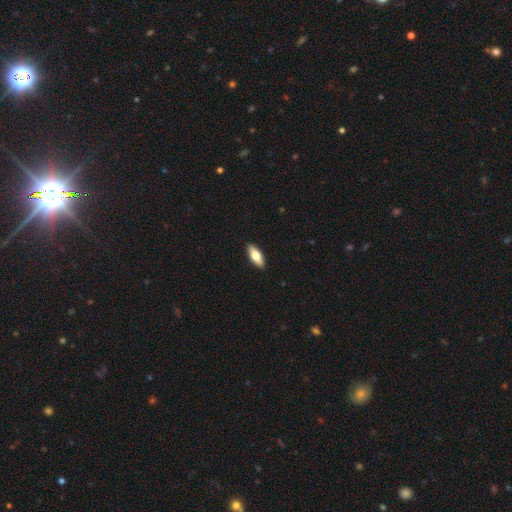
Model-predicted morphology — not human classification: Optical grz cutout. It shows a smooth galaxy with no disk features (67%) that is in between round and cigar-shaped (74%). Merging: none (91%).